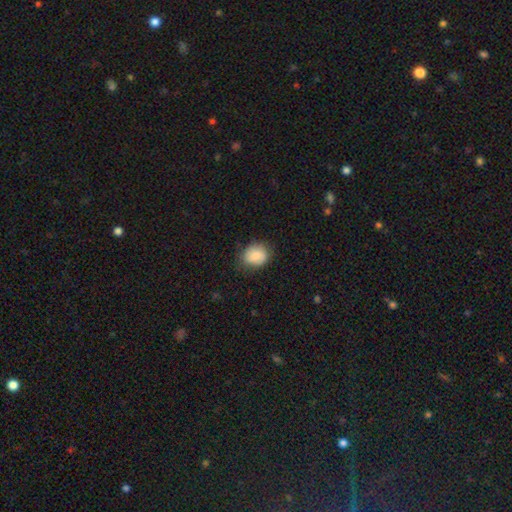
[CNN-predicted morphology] type=smooth (82%); roundness=round (55%); merging=none (75%).